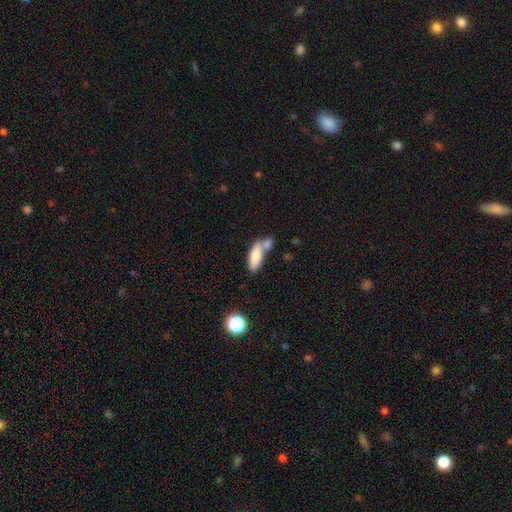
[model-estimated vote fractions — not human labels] The model was most divided on "merging": merger: 48%, none: 34%, minor disturbance: 13%, major disturbance: 5%. More confident: smooth or featured — smooth (80%); how rounded — in between (72%).